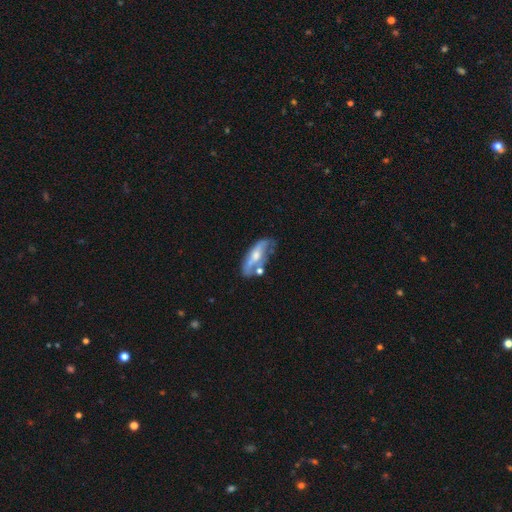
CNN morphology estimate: smooth-or-featured: featured or disk: 56% | smooth: 38% | star or artifact: 7%
  disk-edge-on: no: 75% | yes: 25%
  merging: none: 39% | minor disturbance: 26% | merger: 20% | major disturbance: 16%